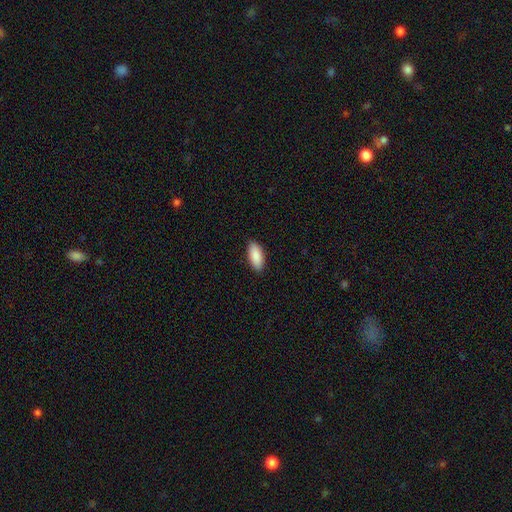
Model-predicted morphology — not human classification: type=smooth (90%); roundness=in between (86%); merging=none (89%).